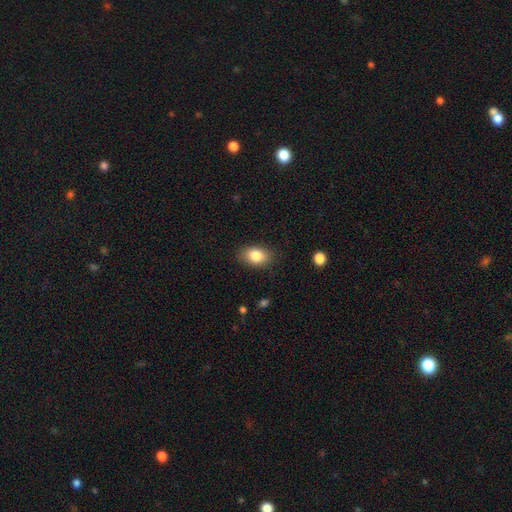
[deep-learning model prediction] This is clearly a smooth galaxy (82%). How rounded: clearly in between (82%). Merging: clearly none (85%).